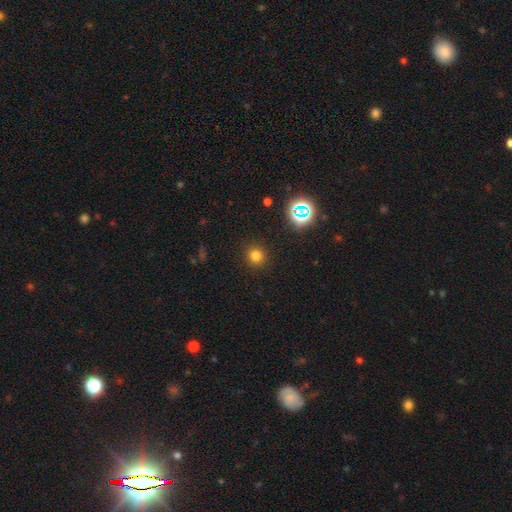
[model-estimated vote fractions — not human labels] Smooth or featured? smooth (75%)
How rounded? round (92%)
Merging? none (91%)